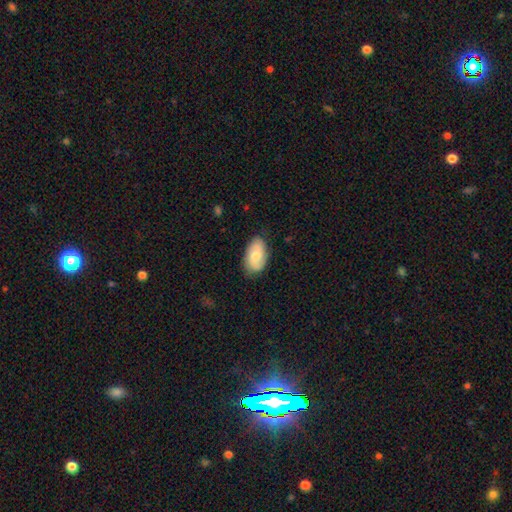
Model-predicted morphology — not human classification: A smooth galaxy with no disk features (61%) that is in between round and cigar-shaped (94%).

Vote fractions:
- Smooth or featured? smooth: 61% / featured or disk: 33% / star or artifact: 6%
- How rounded? in between: 94% / round: 5% / cigar-shaped: 2%
- Merging? none: 78% / minor disturbance: 18% / major disturbance: 4% / merger: 1%